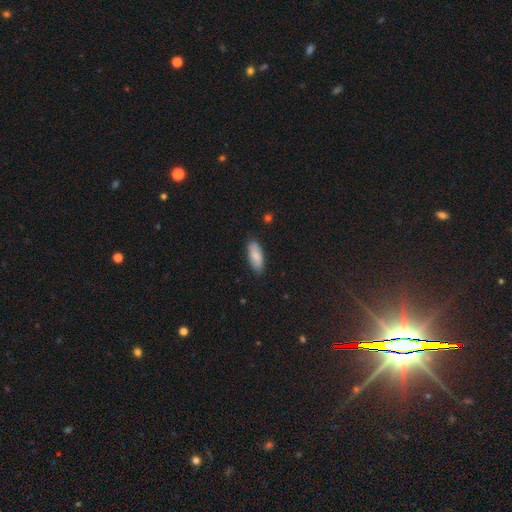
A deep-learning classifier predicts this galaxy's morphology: type=smooth (82%); roundness=in between (79%); merging=none (83%).